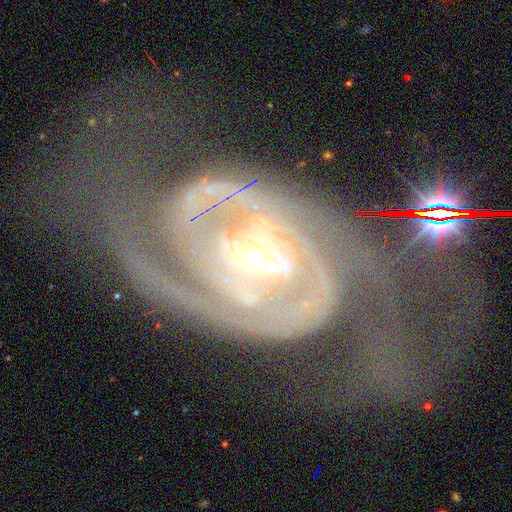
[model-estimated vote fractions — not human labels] The model was most divided on "bar" (2-way tie): weak: 37%, strong: 37%, no: 25%. Remaining: edge-on disk — no (96%); spiral arms — yes (96%); smooth or featured — featured or disk (91%); spiral arm count — 2 (67%); bulge size — small (64%); spiral winding — tight (54%); merging — none (47%).